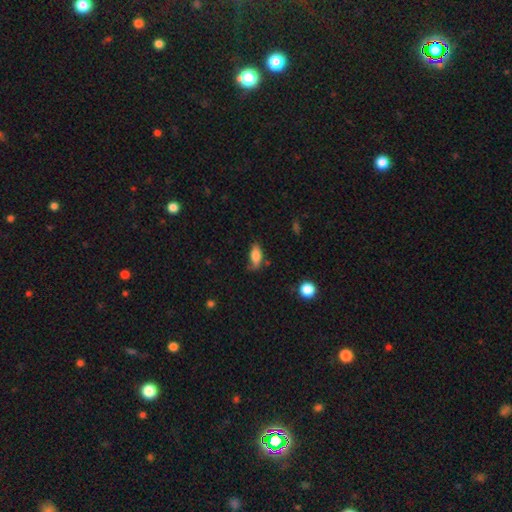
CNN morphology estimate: type=smooth (78%); roundness=in between (82%); merging=none (60%).